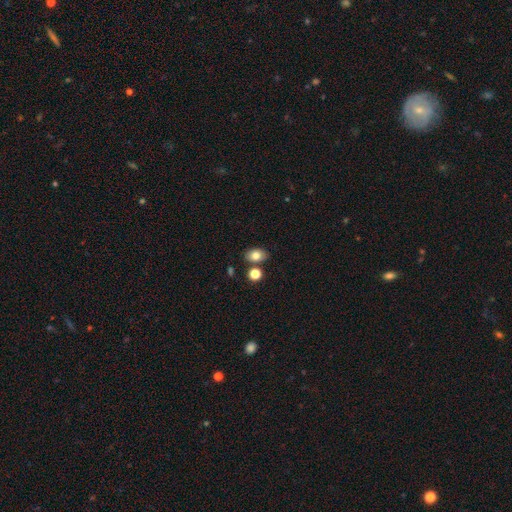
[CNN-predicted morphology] Smooth or featured? smooth (79%)
How rounded? in between (77%)
Merging? none (77%)